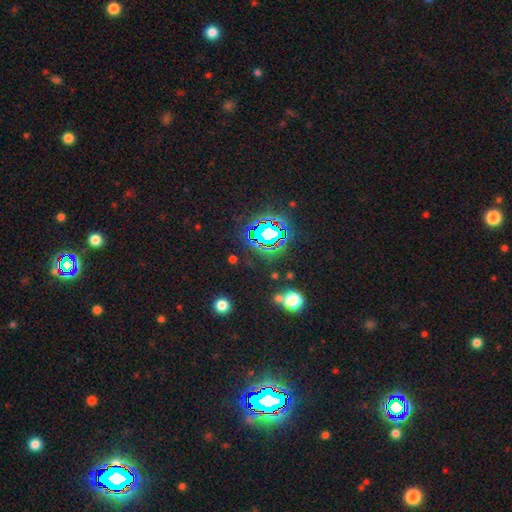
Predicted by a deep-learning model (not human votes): This appears to be a star or artifact, not a galaxy (83%).